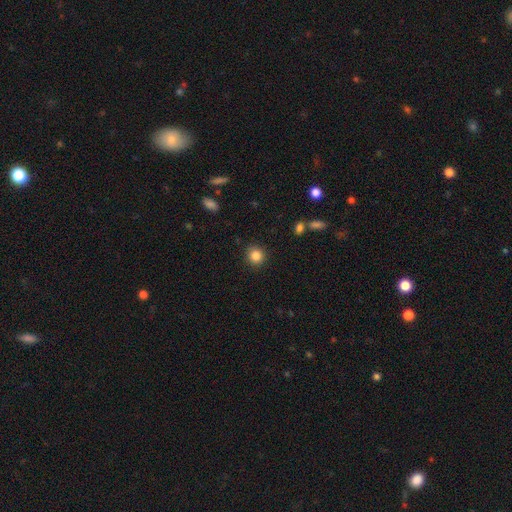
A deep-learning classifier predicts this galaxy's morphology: Smooth or featured: smooth — 85% (star or artifact — 11%)
How rounded: round — 90% (in between — 9%)
Merging: none — 90% (minor disturbance — 6%)